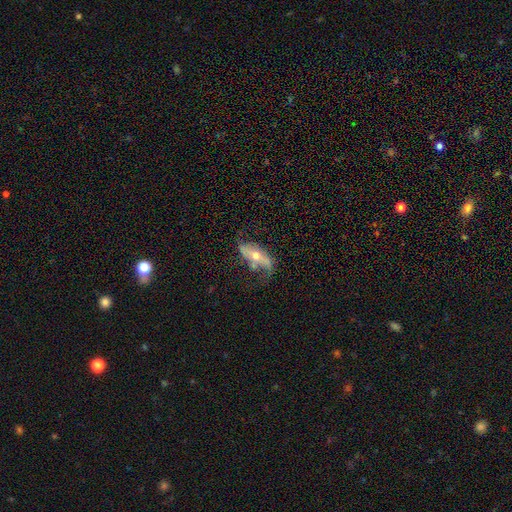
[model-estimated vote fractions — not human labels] A featured or disk galaxy (71%) with no bar (51%), spiral arms (79%) and a moderate central bulge (60%). Merging: none (52%).